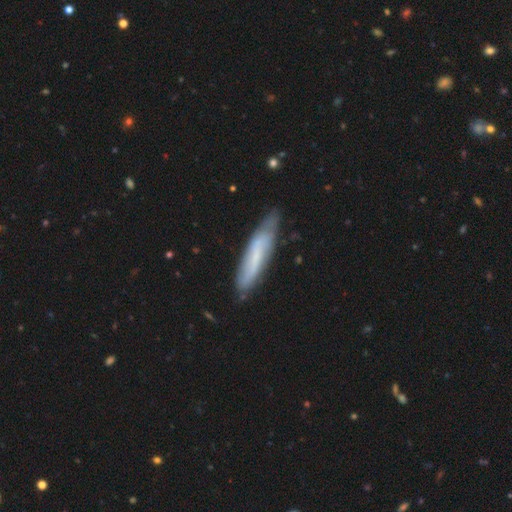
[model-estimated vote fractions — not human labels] Overall: smooth (47%; featured or disk 46%). Merging: none (70%).